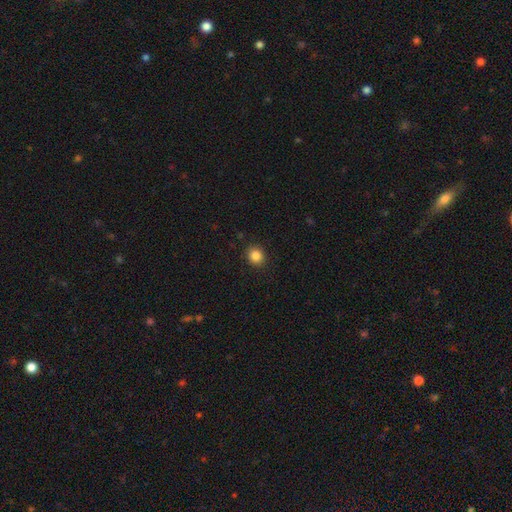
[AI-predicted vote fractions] A smooth galaxy with no disk features (85%) that is round (78%). Merging: none (91%).